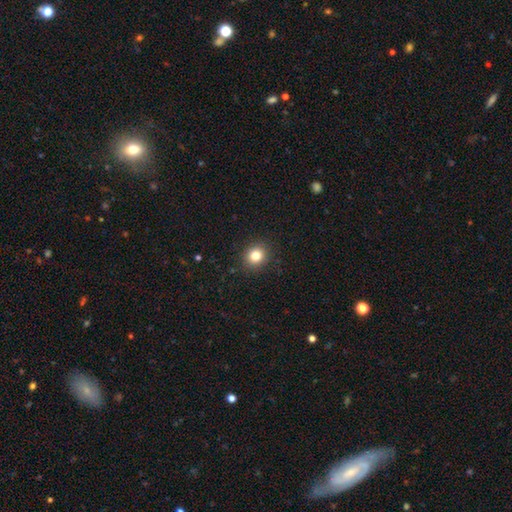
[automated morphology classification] Overall: smooth (81%). How rounded: round (82%). Merging: none (90%).